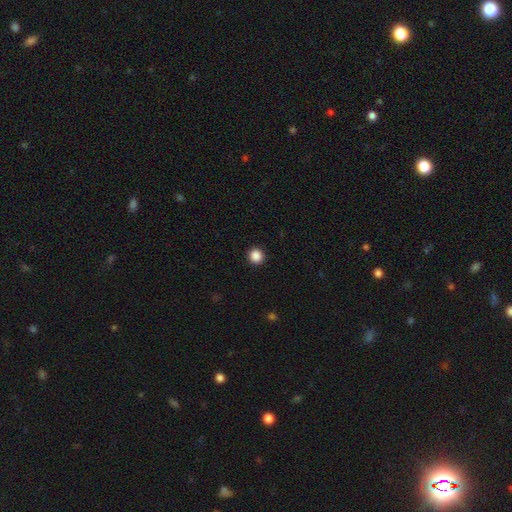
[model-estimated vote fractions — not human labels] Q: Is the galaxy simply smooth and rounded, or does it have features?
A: smooth — 88%.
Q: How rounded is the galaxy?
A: round — 93%.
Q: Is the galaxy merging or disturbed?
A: none — 93%.